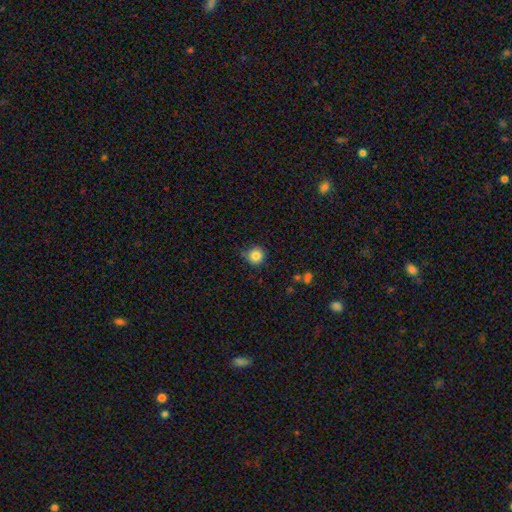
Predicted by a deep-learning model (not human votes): Overall: smooth (83%). How rounded: round (93%). Merging: none (73%).